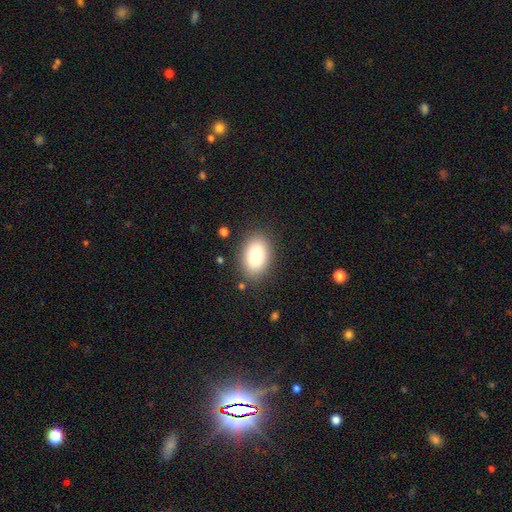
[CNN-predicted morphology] Smooth or featured: smooth — 87% (star or artifact — 7%)
How rounded: in between — 90% (round — 8%)
Merging: none — 85% (minor disturbance — 10%)